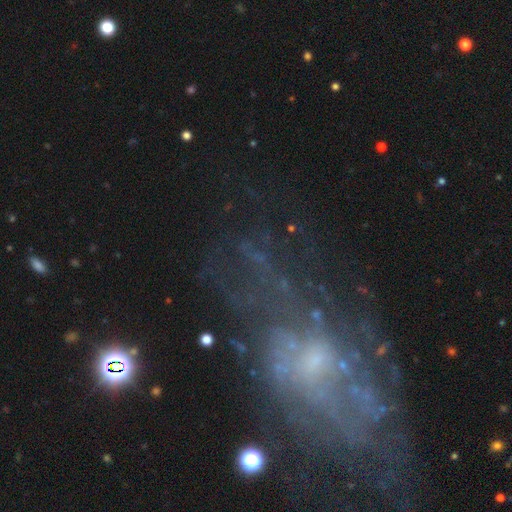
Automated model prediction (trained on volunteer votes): Smooth or featured? Predicted: featured or disk (p=0.59). Edge-on disk? Predicted: no (p=0.94). Bar? Predicted: no (p=0.71). Spiral arms? Predicted: yes (p=0.62). Bulge size? Predicted: small (p=0.55). Merging? Predicted: none (p=0.52).